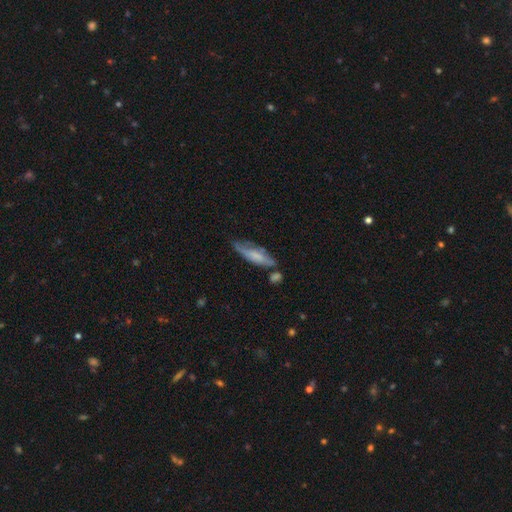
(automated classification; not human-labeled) Smooth or featured: smooth — 52% (featured or disk — 41%)
How rounded: cigar-shaped — 58% (in between — 40%)
Merging: none — 46% (minor disturbance — 29%)